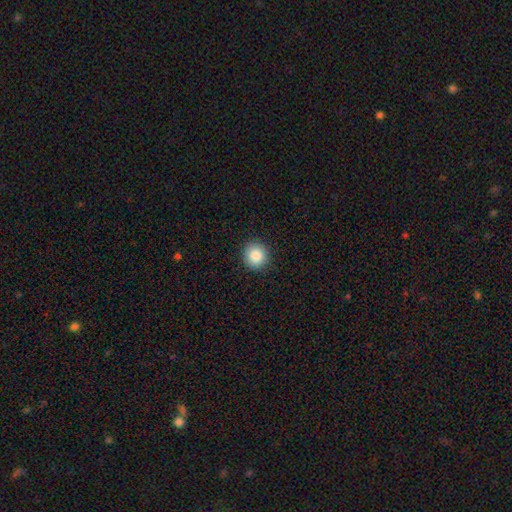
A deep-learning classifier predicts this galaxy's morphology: smooth 86%, star or artifact 9%, featured or disk 5%. Down the decision tree: how rounded — round (92%); merging — none (91%).